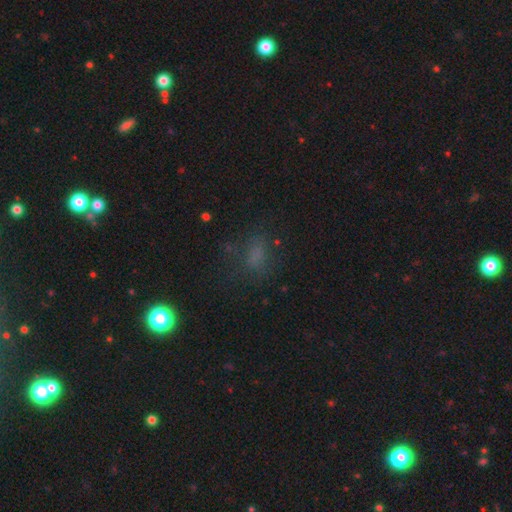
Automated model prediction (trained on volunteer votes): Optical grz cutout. It shows a smooth galaxy with no disk features (59%) that is in between round and cigar-shaped (66%). Merging: none (63%).